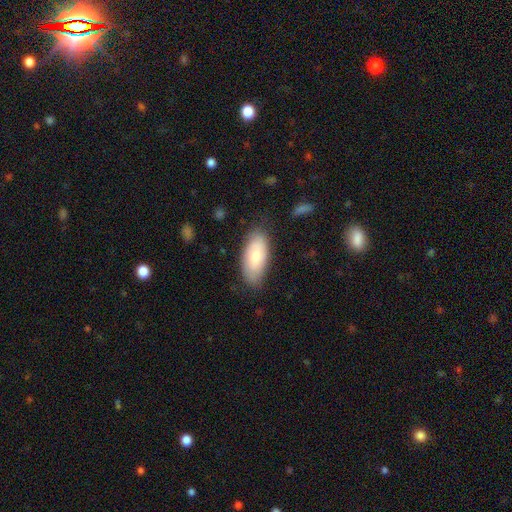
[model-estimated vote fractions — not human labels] smooth 71%, featured or disk 23%, star or artifact 6%. Down the decision tree: how rounded — in between (90%); merging — none (78%).